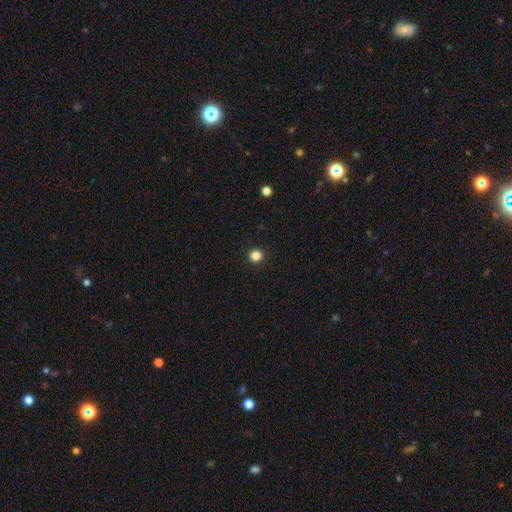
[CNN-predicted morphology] The model was most divided on "smooth or featured": smooth: 84%, star or artifact: 13%, featured or disk: 3%. More confident: how rounded — round (95%); merging — none (94%).